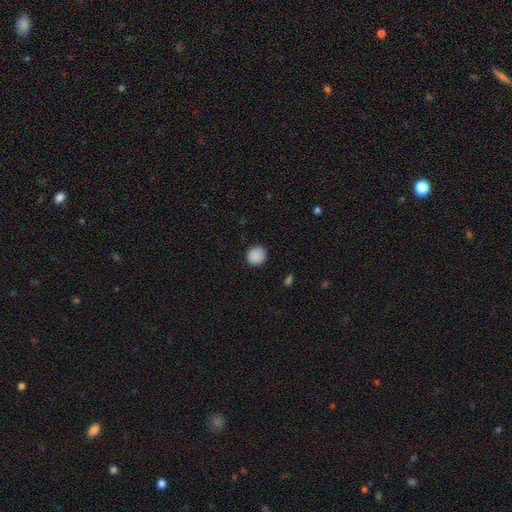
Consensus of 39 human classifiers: Q: Smooth or featured?
A: smooth (90%); runner-up: star or artifact (8%)
Q: How rounded?
A: round (89%); runner-up: in between (11%)
Q: Merging?
A: none (97%); runner-up: major disturbance (3%)